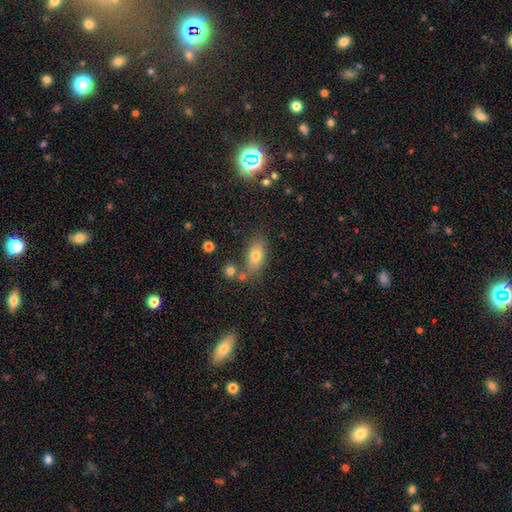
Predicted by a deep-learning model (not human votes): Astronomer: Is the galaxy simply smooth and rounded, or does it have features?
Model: smooth — 75%.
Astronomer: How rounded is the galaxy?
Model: in between — 84%.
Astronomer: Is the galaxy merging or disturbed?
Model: none — 66%.